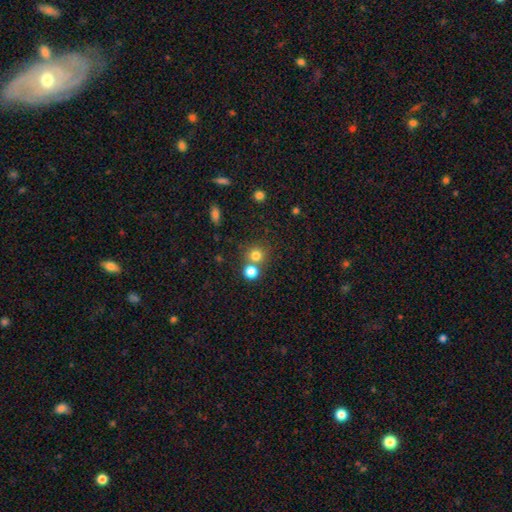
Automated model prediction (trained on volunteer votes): A smooth galaxy with no disk features (78%) that is round (89%). Merging: none (61%).